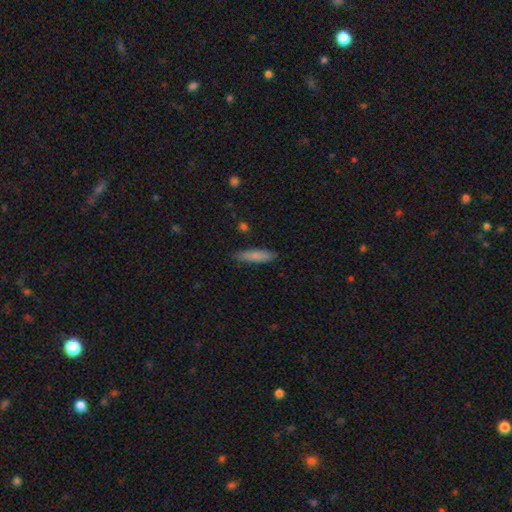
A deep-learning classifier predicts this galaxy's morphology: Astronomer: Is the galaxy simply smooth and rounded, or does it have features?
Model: smooth — 80%.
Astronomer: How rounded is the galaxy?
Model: cigar-shaped — 81%.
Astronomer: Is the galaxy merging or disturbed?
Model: none — 86%.